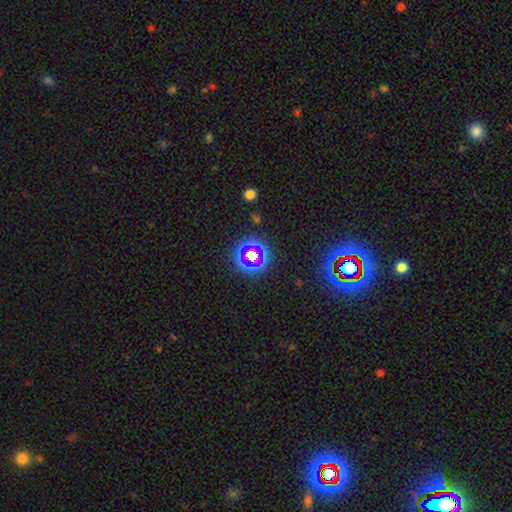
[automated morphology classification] Smooth or featured?
  - star or artifact: 61% *
  - smooth: 25%
  - featured or disk: 13%